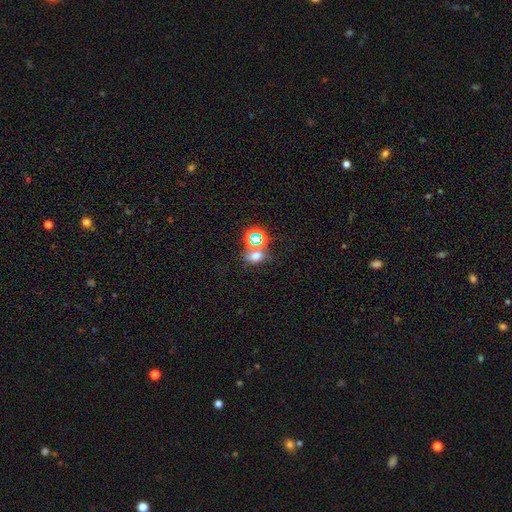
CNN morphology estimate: This is possibly a smooth galaxy (56%). How rounded: likely in between (63%). Merging: possibly none (58%).